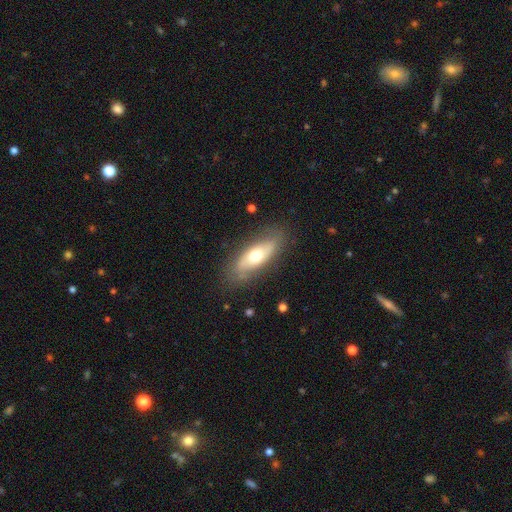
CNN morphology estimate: Q: Smooth or featured?
A: smooth (55%); runner-up: featured or disk (39%)
Q: How rounded?
A: in between (69%); runner-up: cigar-shaped (28%)
Q: Merging?
A: none (80%); runner-up: minor disturbance (14%)